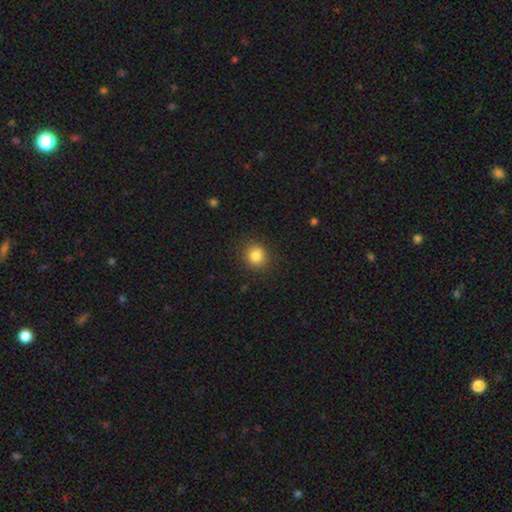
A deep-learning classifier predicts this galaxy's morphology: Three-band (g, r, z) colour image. It shows a smooth galaxy with no disk features (84%) that is round (83%). Merging: none (87%).